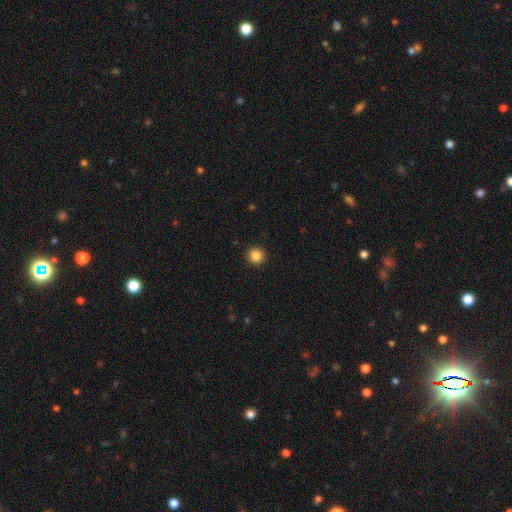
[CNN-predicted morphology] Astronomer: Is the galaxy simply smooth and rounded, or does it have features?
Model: smooth — 86%.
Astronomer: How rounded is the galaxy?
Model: round — 95%.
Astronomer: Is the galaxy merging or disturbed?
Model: none — 93%.